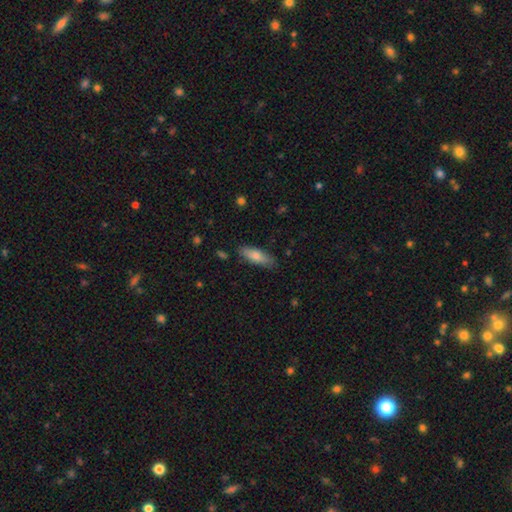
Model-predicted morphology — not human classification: This is likely a smooth galaxy (74%). How rounded: possibly in between (58%). Merging: clearly none (82%).